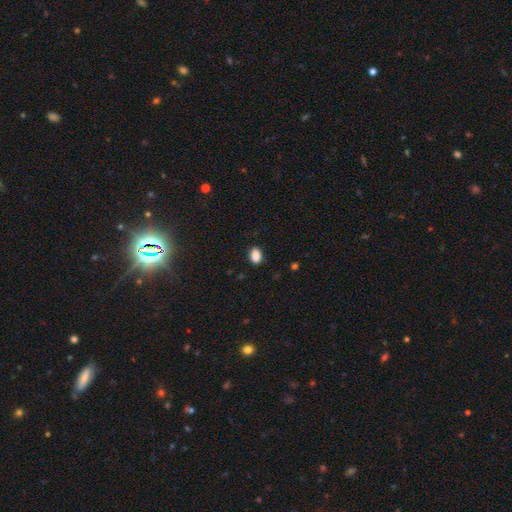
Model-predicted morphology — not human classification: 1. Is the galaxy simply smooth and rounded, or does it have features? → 88% smooth, 9% star or artifact, 3% featured or disk.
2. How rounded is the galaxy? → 83% in between, 16% round, 2% cigar-shaped.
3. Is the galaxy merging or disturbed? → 88% none, 9% minor disturbance, 2% major disturbance, 1% merger.